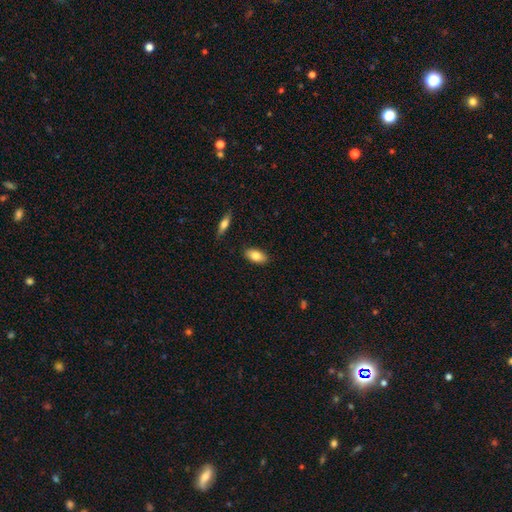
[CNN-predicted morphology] smooth 81%, featured or disk 12%, star or artifact 7%. Down the decision tree: how rounded — in between (91%); merging — none (87%).